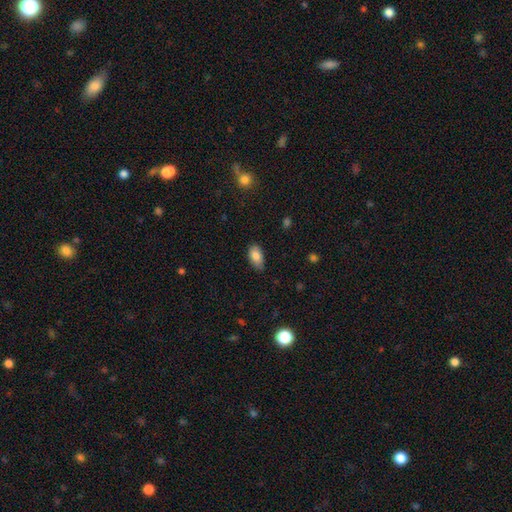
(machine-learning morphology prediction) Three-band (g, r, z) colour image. It shows a smooth galaxy with no disk features (85%) that is in between round and cigar-shaped (92%). Merging: none (74%).